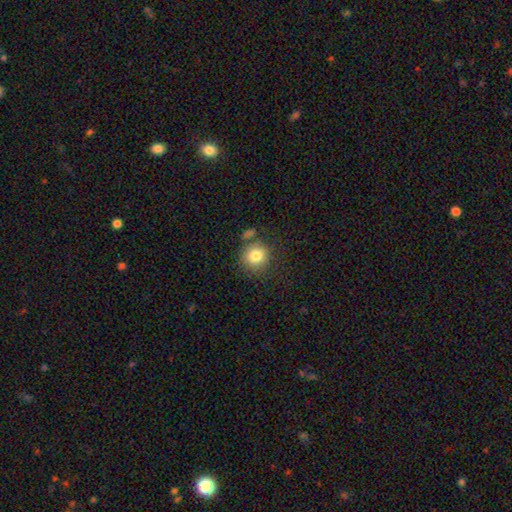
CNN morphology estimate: smooth_or_featured: smooth (p=0.81) [alt: star or artifact p=0.10]
how_rounded: round (p=0.91) [alt: in between p=0.08]
merging: none (p=0.70) [alt: minor disturbance p=0.13]